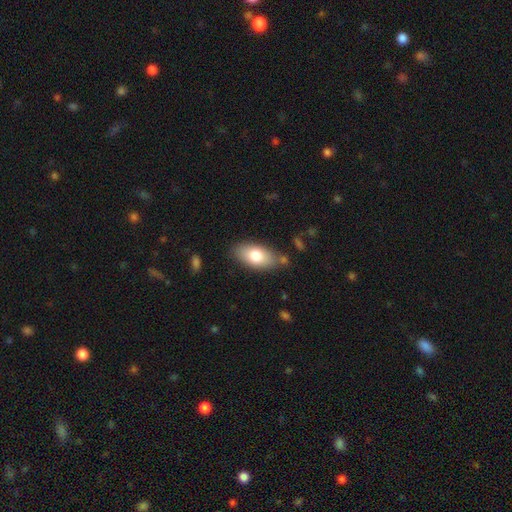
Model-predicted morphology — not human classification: smooth_or_featured: smooth (p=0.76) [alt: featured or disk p=0.17]
how_rounded: in between (p=0.91) [alt: cigar-shaped p=0.05]
merging: none (p=0.76) [alt: minor disturbance p=0.16]